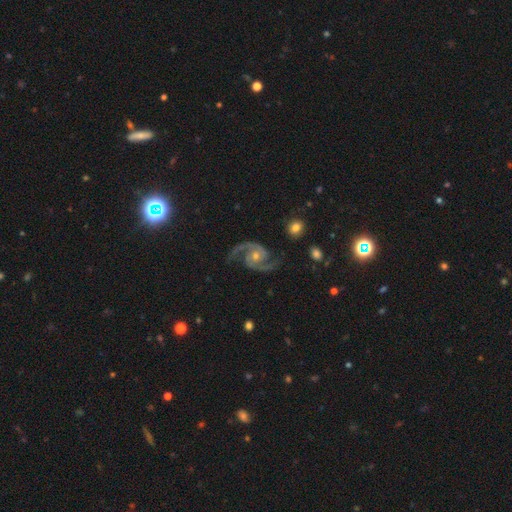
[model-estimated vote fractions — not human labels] smooth-or-featured: featured or disk: 92% | star or artifact: 5% | smooth: 3%
  disk-edge-on: no: 98% | yes: 2%
    bar: no: 66% | weak: 26% | strong: 9%
    has-spiral-arms: yes: 99% | no: 1%
      spiral-winding: medium: 62% | tight: 19% | loose: 19%
      spiral-arm-count: 2: 94% | 3: 2% | can't tell: 1% | 1: 1% | 4: 1% | more than 4: 1%
    bulge-size: small: 50% | moderate: 45% | large: 2% | none: 2% | dominant: 1%
  merging: none: 80% | minor disturbance: 13% | major disturbance: 6% | merger: 2%